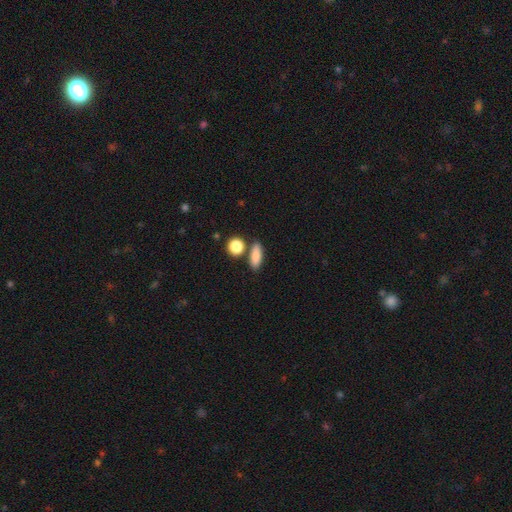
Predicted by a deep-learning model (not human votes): smooth_or_featured: smooth (p=0.85) [alt: star or artifact p=0.08]
how_rounded: in between (p=0.63) [alt: cigar-shaped p=0.26]
merging: none (p=0.75) [alt: minor disturbance p=0.11]